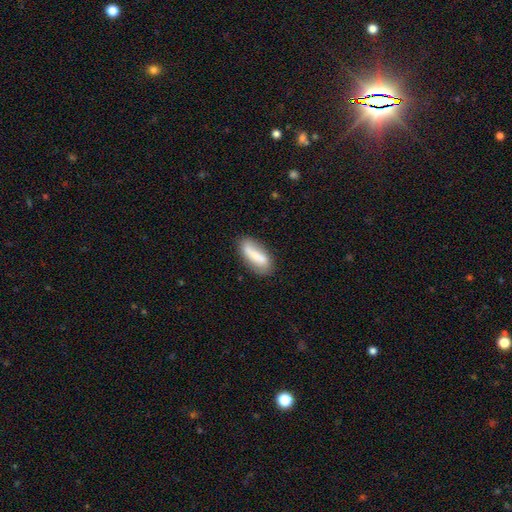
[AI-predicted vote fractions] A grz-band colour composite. It shows a smooth galaxy with no disk features (66%) that is in between round and cigar-shaped (69%). Merging: none (74%).